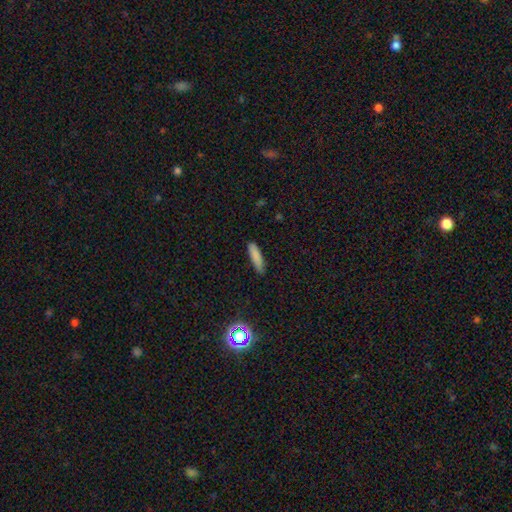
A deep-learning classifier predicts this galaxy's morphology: smooth_or_featured: smooth (p=0.84) [alt: star or artifact p=0.09]
how_rounded: cigar-shaped (p=0.77) [alt: in between p=0.22]
merging: none (p=0.84) [alt: minor disturbance p=0.12]